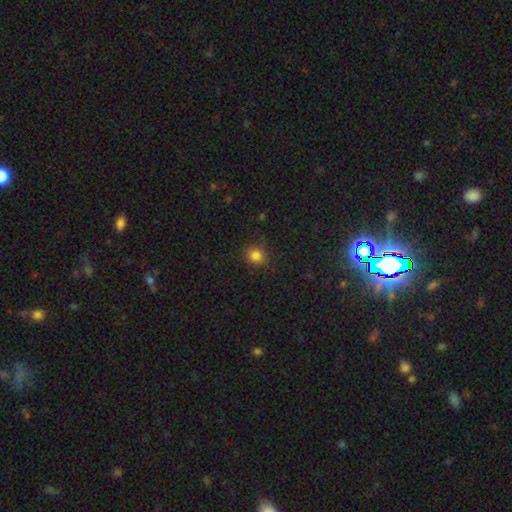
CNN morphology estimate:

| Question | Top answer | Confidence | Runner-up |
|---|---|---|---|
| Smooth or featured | smooth | 82% | star or artifact (13%) |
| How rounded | round | 84% | in between (15%) |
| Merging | none | 85% | minor disturbance (11%) |